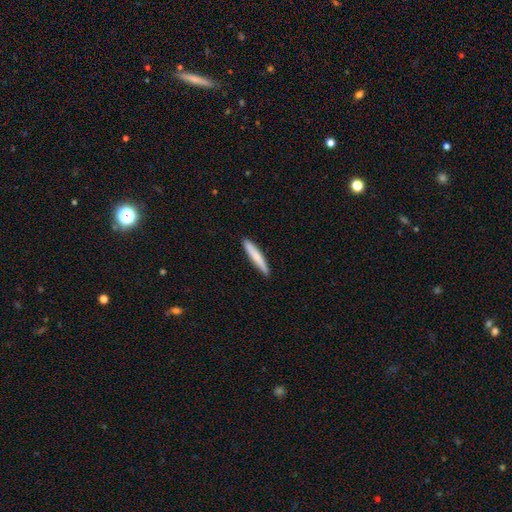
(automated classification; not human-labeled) Smooth or featured? smooth (74%)
How rounded? cigar-shaped (94%)
Merging? none (90%)